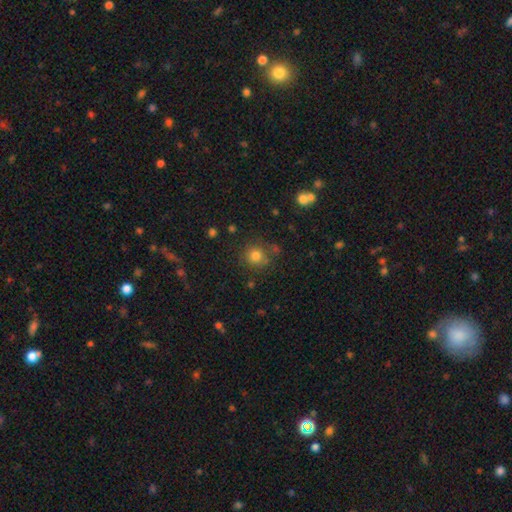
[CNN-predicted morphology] Overall: smooth (79%). How rounded: round (88%). Merging: none (76%).